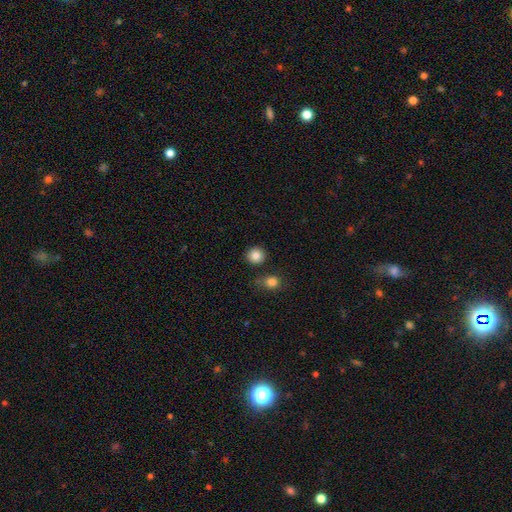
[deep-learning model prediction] Smooth or featured? Predicted: smooth (p=0.85). How rounded? Predicted: round (p=0.91). Merging? Predicted: none (p=0.83).